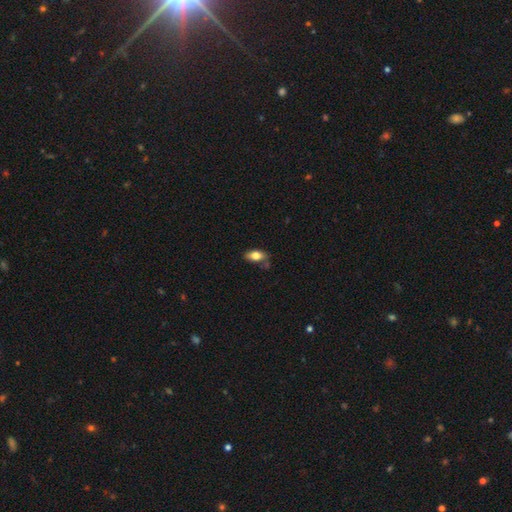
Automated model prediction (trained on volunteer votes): A smooth galaxy with no disk features (77%) that is in between round and cigar-shaped (88%).

Vote fractions:
- Smooth or featured? smooth: 77% / featured or disk: 15% / star or artifact: 8%
- How rounded? in between: 88% / cigar-shaped: 7% / round: 5%
- Merging? none: 67% / minor disturbance: 21% / merger: 7% / major disturbance: 5%